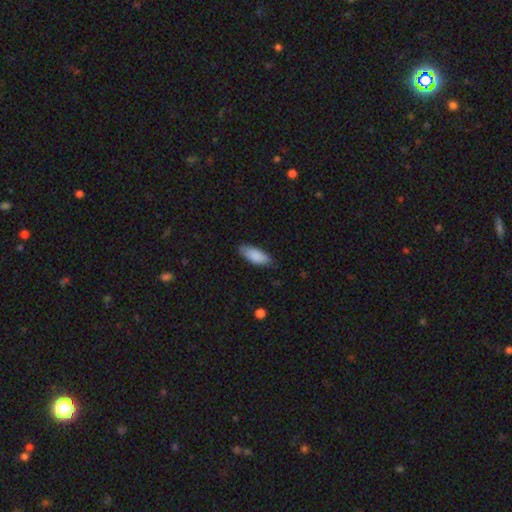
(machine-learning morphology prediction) smooth_or_featured: smooth (p=0.88) [alt: featured or disk p=0.06]
how_rounded: in between (p=0.81) [alt: cigar-shaped p=0.18]
merging: none (p=0.77) [alt: minor disturbance p=0.19]